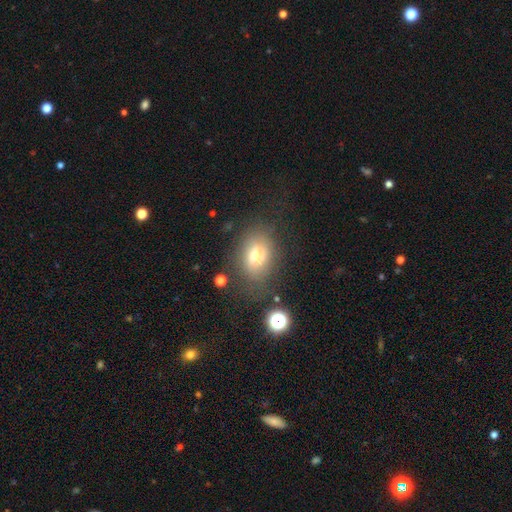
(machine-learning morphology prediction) A smooth galaxy with no disk features (62%) that is in between round and cigar-shaped (70%). Merging: none (66%).